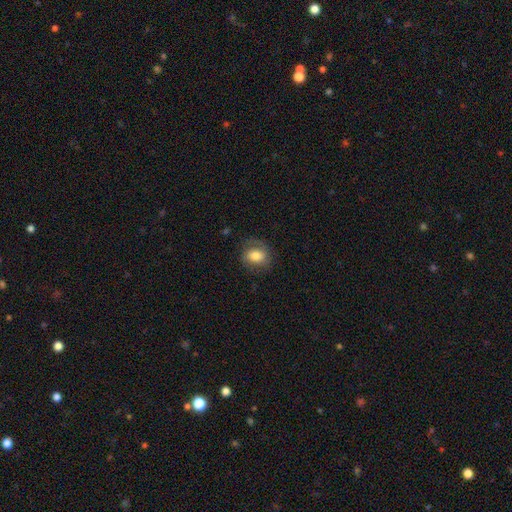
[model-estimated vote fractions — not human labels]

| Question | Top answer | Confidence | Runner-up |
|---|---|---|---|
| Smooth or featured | smooth | 66% | featured or disk (26%) |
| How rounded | round | 55% | in between (43%) |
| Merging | none | 70% | minor disturbance (19%) |